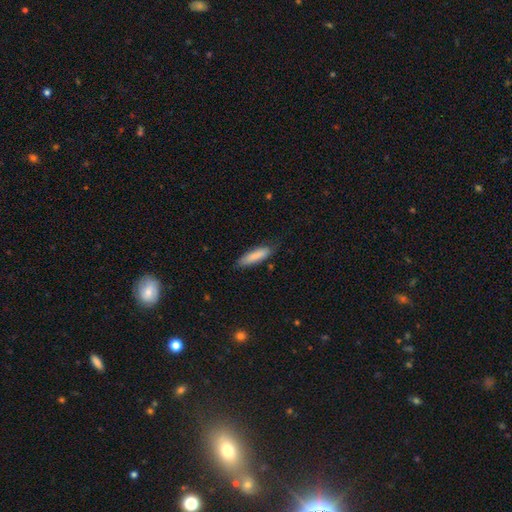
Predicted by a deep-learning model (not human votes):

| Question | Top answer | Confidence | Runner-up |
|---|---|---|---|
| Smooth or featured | smooth | 85% | featured or disk (9%) |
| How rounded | cigar-shaped | 65% | in between (33%) |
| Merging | none | 77% | minor disturbance (18%) |